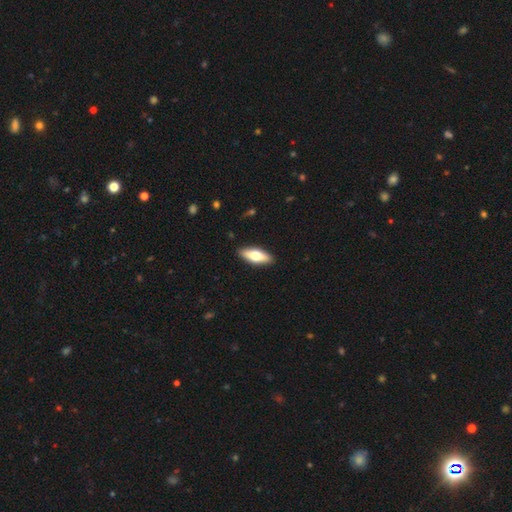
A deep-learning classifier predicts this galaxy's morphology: smooth_or_featured: smooth (p=0.62) [alt: featured or disk p=0.33]
how_rounded: in between (p=0.68) [alt: cigar-shaped p=0.30]
merging: none (p=0.90) [alt: minor disturbance p=0.08]